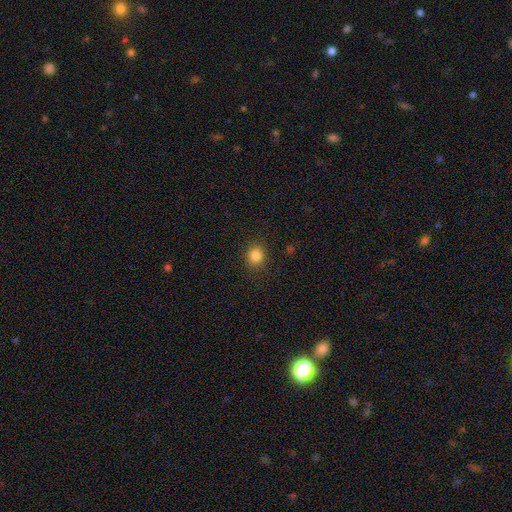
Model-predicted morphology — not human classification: Overall: smooth (84%). How rounded: round (73%). Merging: none (88%).